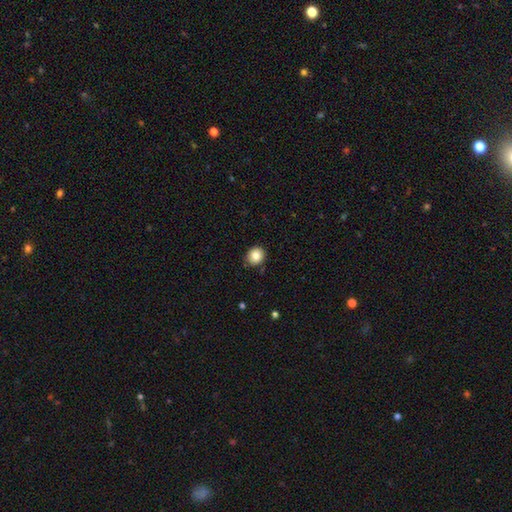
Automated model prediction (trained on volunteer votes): A smooth galaxy with no disk features (85%) that is round (78%). Merging: none (82%).